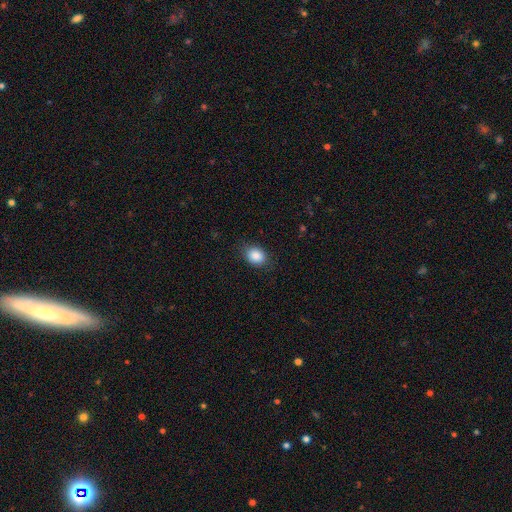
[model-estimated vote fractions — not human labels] Smooth or featured: smooth — 87% (star or artifact — 8%)
How rounded: in between — 57% (round — 42%)
Merging: none — 83% (minor disturbance — 13%)